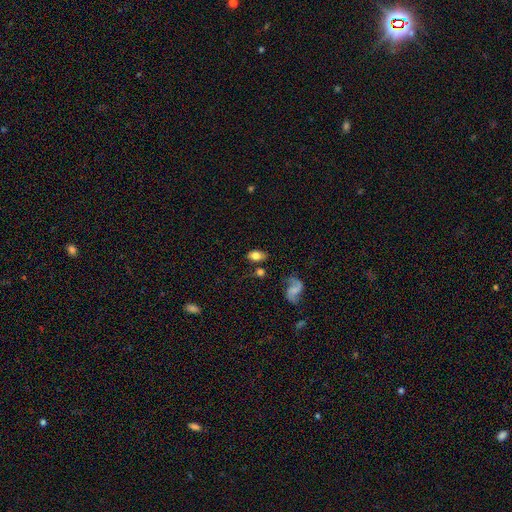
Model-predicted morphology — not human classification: The model was most divided on "smooth or featured": smooth: 70%, featured or disk: 22%, star or artifact: 8%. More confident: how rounded — in between (87%); merging — none (69%).